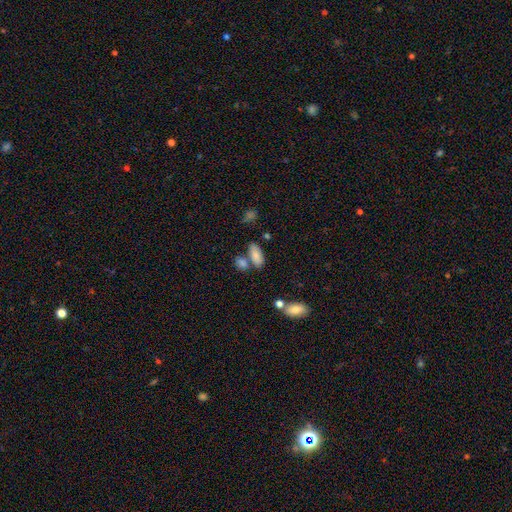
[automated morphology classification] Q: Smooth or featured?
A: smooth (81%); runner-up: featured or disk (11%)
Q: How rounded?
A: in between (89%); runner-up: cigar-shaped (8%)
Q: Merging?
A: none (57%); runner-up: merger (24%)